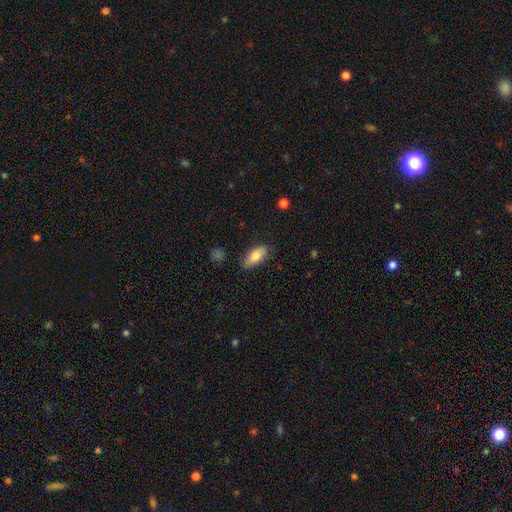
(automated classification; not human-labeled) A smooth galaxy with no disk features (78%) that is in between round and cigar-shaped (84%).

Vote fractions:
- Smooth or featured? smooth: 78% / featured or disk: 15% / star or artifact: 7%
- How rounded? in between: 84% / cigar-shaped: 13% / round: 3%
- Merging? none: 83% / minor disturbance: 13% / major disturbance: 2% / merger: 1%